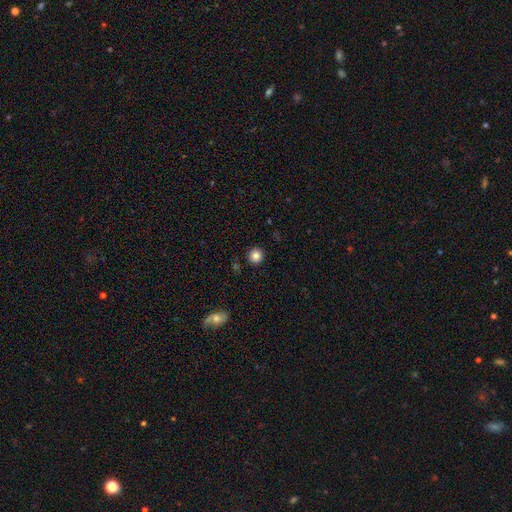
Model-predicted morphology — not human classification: smooth 84%, star or artifact 11%, featured or disk 5%. Down the decision tree: how rounded — round (94%); merging — none (92%).